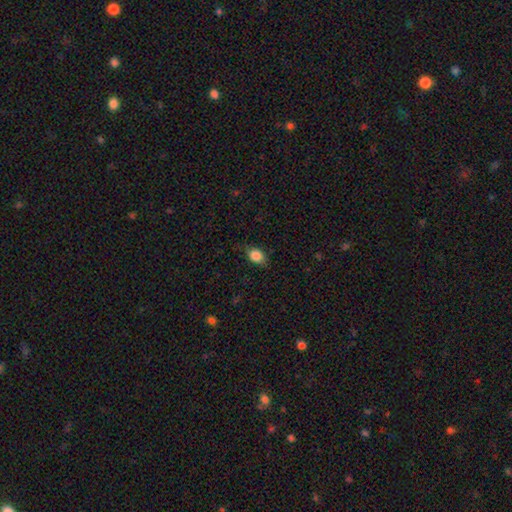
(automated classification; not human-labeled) Smooth or featured? smooth (85%)
How rounded? in between (72%)
Merging? none (76%)